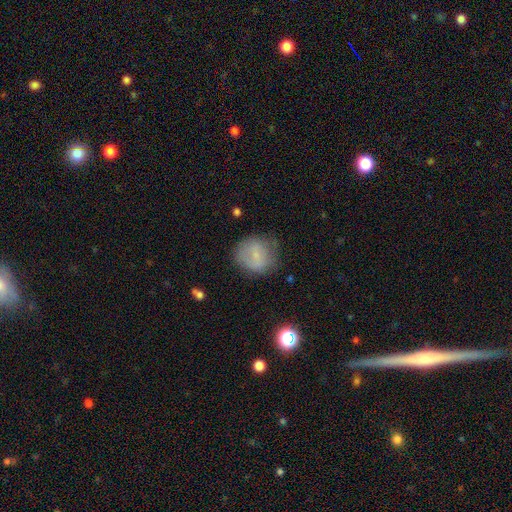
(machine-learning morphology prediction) smooth 67%, featured or disk 23%, star or artifact 10%. Down the decision tree: how rounded — round (84%); merging — none (66%).